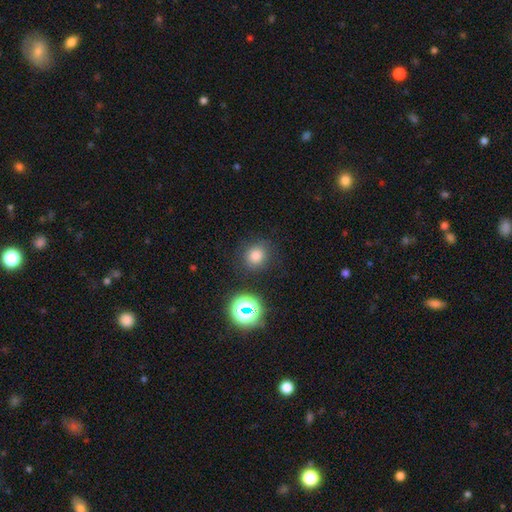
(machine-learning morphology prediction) smooth 75%, star or artifact 19%, featured or disk 6%. Down the decision tree: how rounded — round (81%); merging — none (84%).